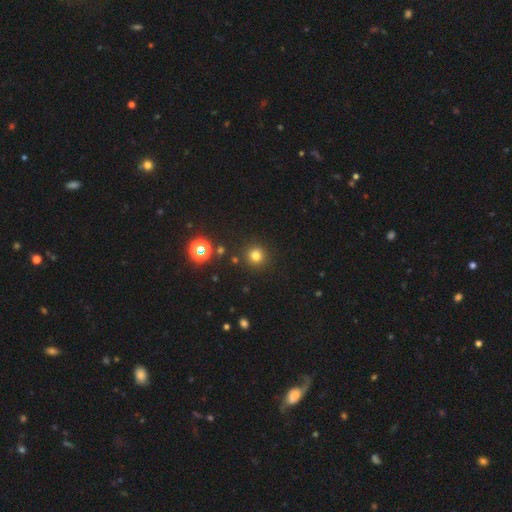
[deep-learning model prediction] This is likely a smooth galaxy (77%). How rounded: clearly round (93%). Merging: clearly none (89%).